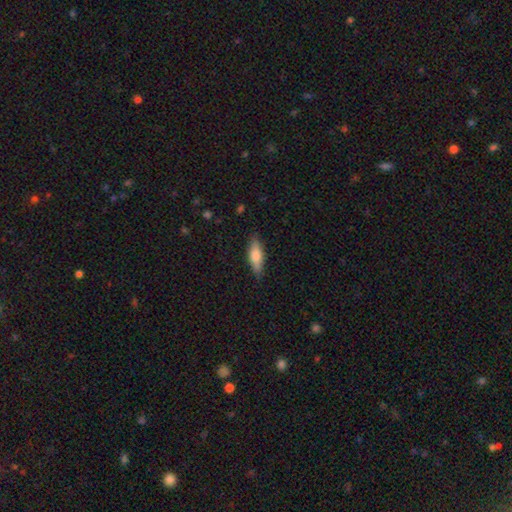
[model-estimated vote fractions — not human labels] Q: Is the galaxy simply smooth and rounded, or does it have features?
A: smooth — 73%.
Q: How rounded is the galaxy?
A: in between — 59%.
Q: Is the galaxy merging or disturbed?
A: none — 84%.